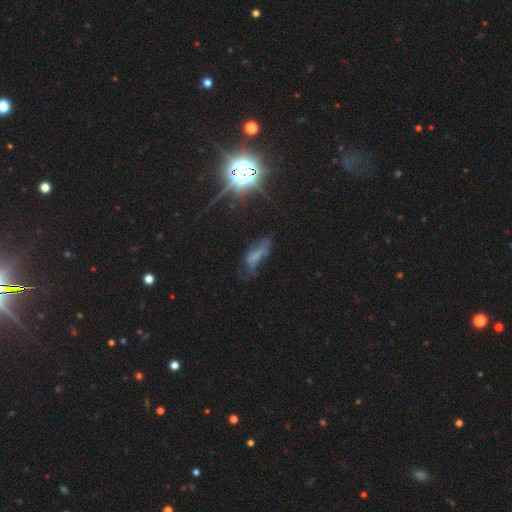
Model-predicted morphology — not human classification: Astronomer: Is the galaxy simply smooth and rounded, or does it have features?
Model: featured or disk — 36% (runner-up: smooth, 35%).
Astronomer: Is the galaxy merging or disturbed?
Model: none — 39% (runner-up: major disturbance, 30%).